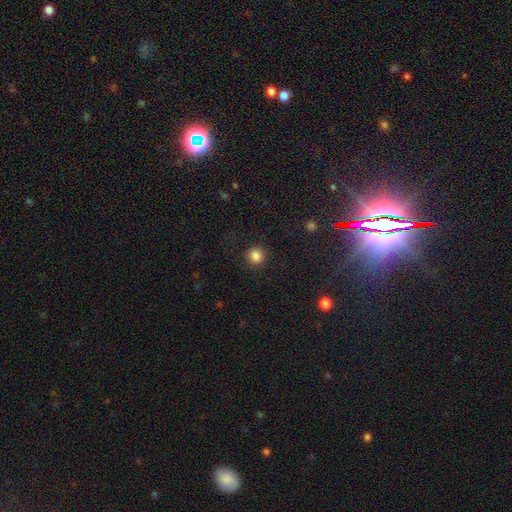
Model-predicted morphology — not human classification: Smooth or featured?
  - smooth: 86% *
  - star or artifact: 11%
  - featured or disk: 3%
How rounded?
  - round: 94% *
  - in between: 5%
  - cigar-shaped: 1%
Merging?
  - none: 91% *
  - minor disturbance: 6%
  - major disturbance: 2%
  - merger: 1%